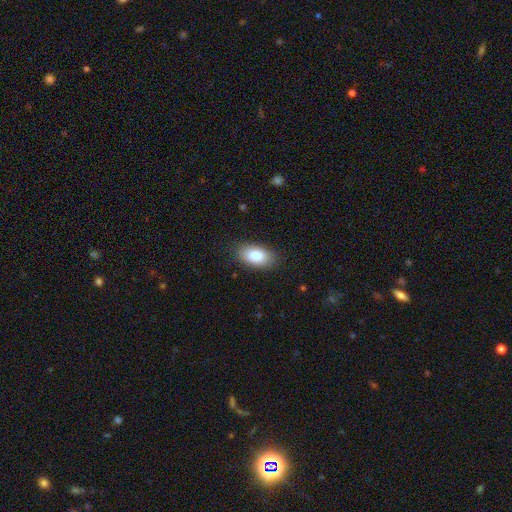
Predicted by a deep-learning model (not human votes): A smooth galaxy with no disk features (83%) that is in between round and cigar-shaped (93%). Merging: none (86%).